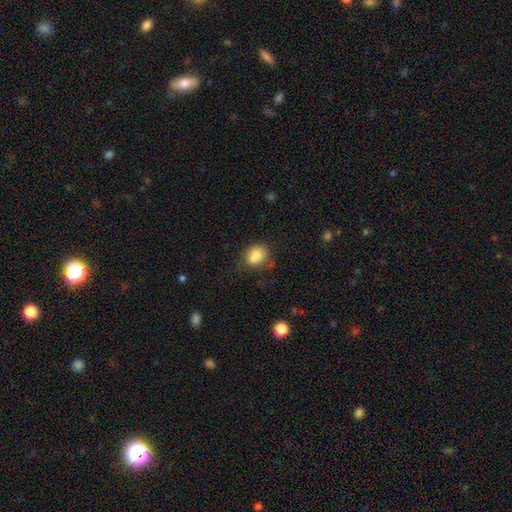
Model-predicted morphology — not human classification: This appears to be a smooth galaxy with no disk features (81%) that is round (51%). Merging: none (59%).